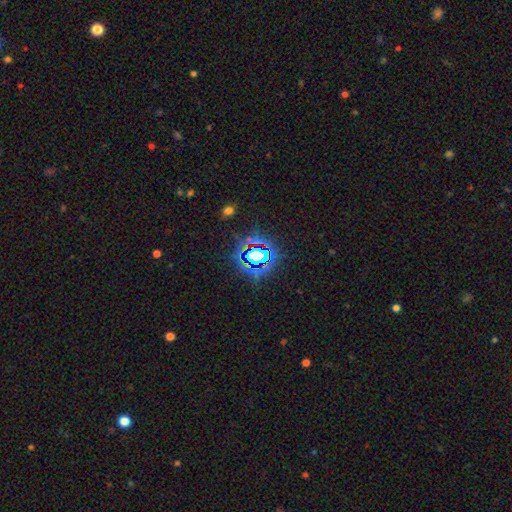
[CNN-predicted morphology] type=star or artifact (74%).